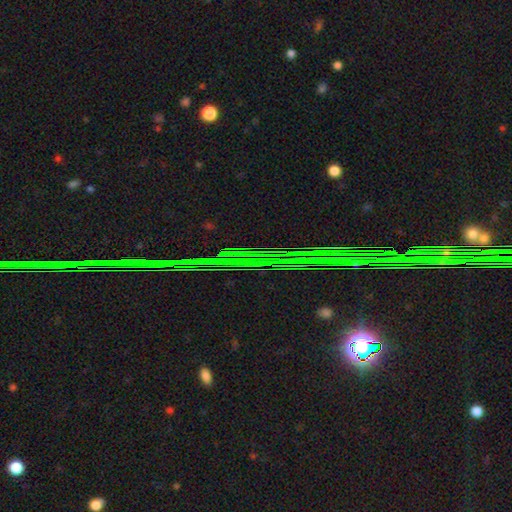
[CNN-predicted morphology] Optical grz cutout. It shows a star or artifact, not a galaxy (87%).